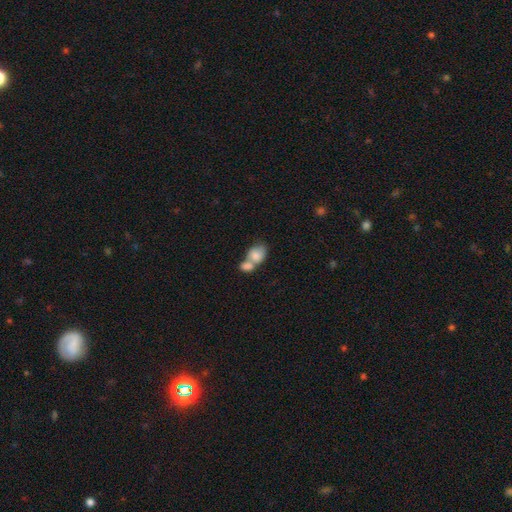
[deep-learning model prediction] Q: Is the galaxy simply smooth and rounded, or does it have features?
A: smooth — 79%.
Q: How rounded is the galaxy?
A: in between — 69%.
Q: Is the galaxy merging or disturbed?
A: merger — 72%.